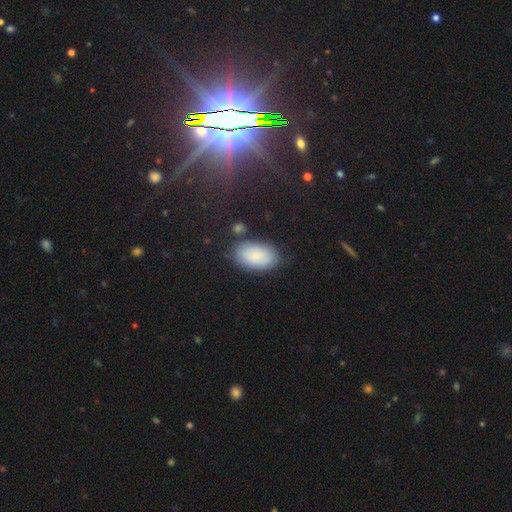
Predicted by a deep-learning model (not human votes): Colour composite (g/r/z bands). It shows a smooth galaxy with no disk features (85%) that is in between round and cigar-shaped (94%). Merging: none (77%).